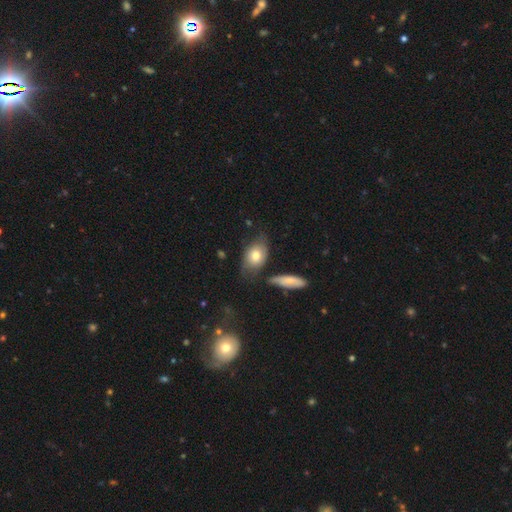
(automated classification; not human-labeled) Morphology: type=smooth (70%); roundness=in between (81%); merging=none (55%).